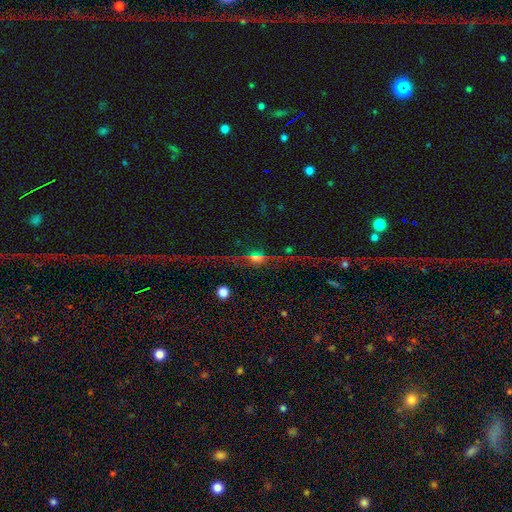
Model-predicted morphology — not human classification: Overall: featured or disk (58%; star or artifact 23%). Edge-on disk: yes (79%). Merging: none (72%).